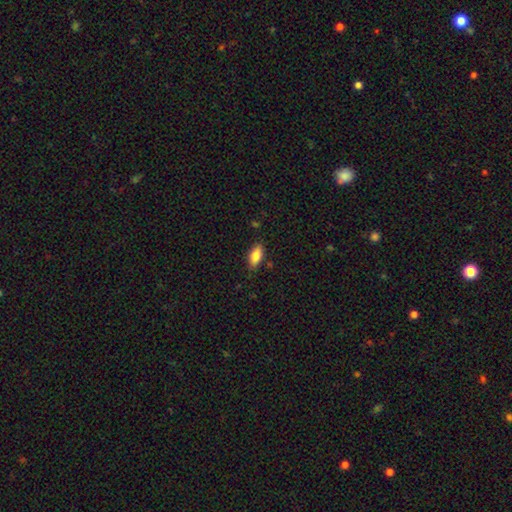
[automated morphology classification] Smooth or featured: smooth — 83% (featured or disk — 9%)
How rounded: in between — 88% (cigar-shaped — 9%)
Merging: none — 82% (minor disturbance — 14%)